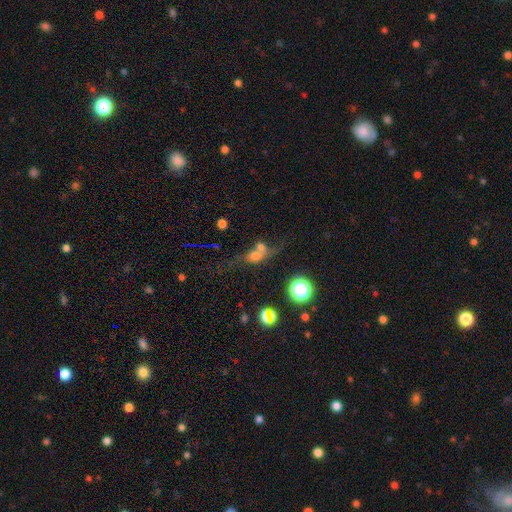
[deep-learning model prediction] The model was most divided on "how rounded": round: 54%, in between: 40%, cigar-shaped: 6%. More confident: smooth or featured — smooth (59%); merging — merger (56%).